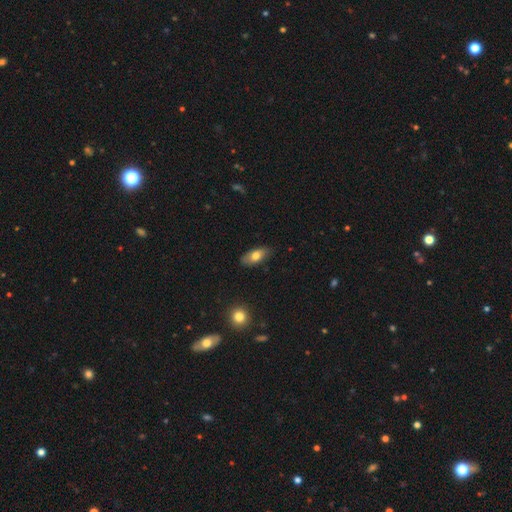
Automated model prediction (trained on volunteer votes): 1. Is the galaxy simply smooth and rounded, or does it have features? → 73% smooth, 20% featured or disk, 7% star or artifact.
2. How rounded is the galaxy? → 86% in between, 10% cigar-shaped, 4% round.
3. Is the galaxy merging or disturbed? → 83% none, 13% minor disturbance, 2% major disturbance, 1% merger.